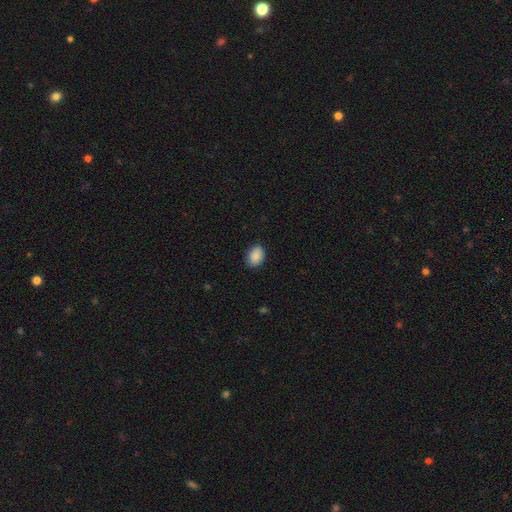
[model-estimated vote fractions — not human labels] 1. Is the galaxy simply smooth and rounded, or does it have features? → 89% smooth, 7% star or artifact, 3% featured or disk.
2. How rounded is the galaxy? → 74% in between, 25% round, 1% cigar-shaped.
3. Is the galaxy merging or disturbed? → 86% none, 11% minor disturbance, 2% major disturbance, 1% merger.